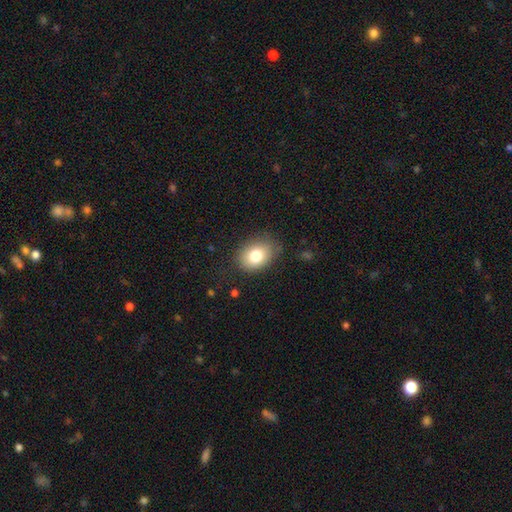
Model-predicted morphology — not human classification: Smooth or featured? Predicted: smooth (p=0.79). How rounded? Predicted: in between (p=0.63). Merging? Predicted: none (p=0.79).